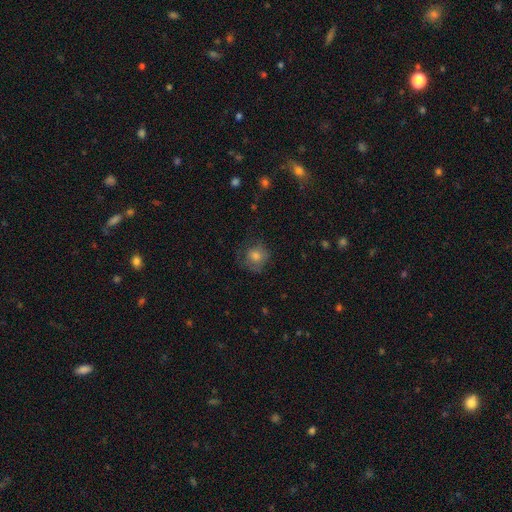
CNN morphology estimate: A smooth galaxy with no disk features (66%) that is round (83%). Merging: none (64%).